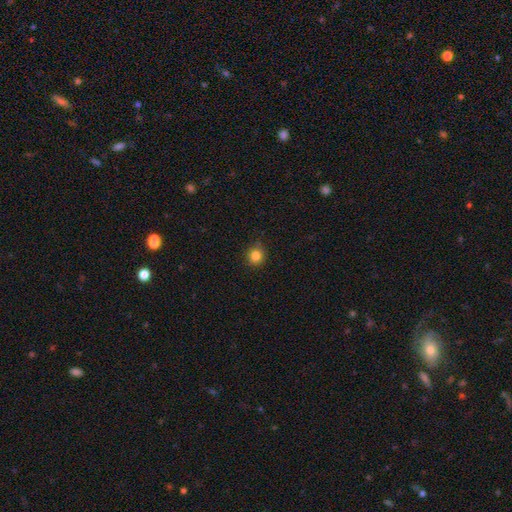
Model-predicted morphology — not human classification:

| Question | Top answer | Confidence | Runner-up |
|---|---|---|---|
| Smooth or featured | smooth | 84% | star or artifact (12%) |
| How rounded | round | 87% | in between (12%) |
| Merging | none | 87% | minor disturbance (10%) |